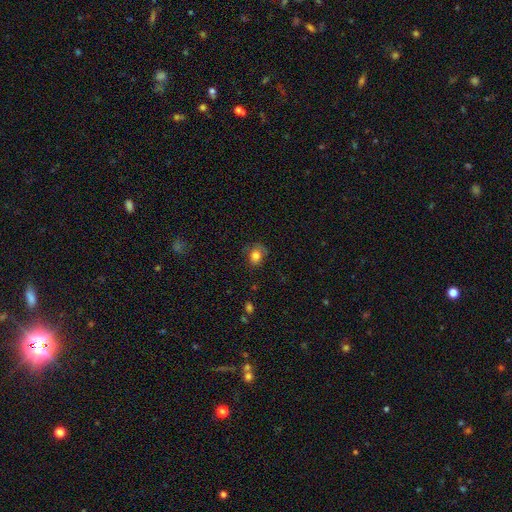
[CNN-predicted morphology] A smooth galaxy with no disk features (78%) that is round (58%).

Vote fractions:
- Smooth or featured? smooth: 78% / featured or disk: 12% / star or artifact: 10%
- How rounded? round: 58% / in between: 42% / cigar-shaped: 1%
- Merging? none: 64% / minor disturbance: 24% / major disturbance: 10% / merger: 2%